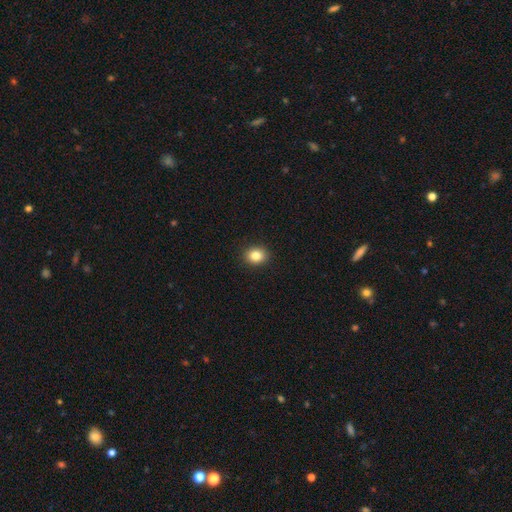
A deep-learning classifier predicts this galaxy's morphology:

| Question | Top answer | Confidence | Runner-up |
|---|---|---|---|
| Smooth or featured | smooth | 84% | star or artifact (10%) |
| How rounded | round | 63% | in between (36%) |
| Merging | none | 91% | minor disturbance (6%) |